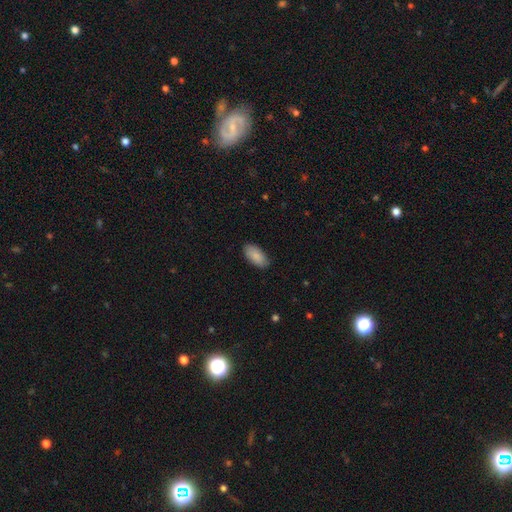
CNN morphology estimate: Q: Smooth or featured?
A: smooth (89%); runner-up: star or artifact (6%)
Q: How rounded?
A: in between (94%); runner-up: cigar-shaped (4%)
Q: Merging?
A: none (87%); runner-up: minor disturbance (10%)